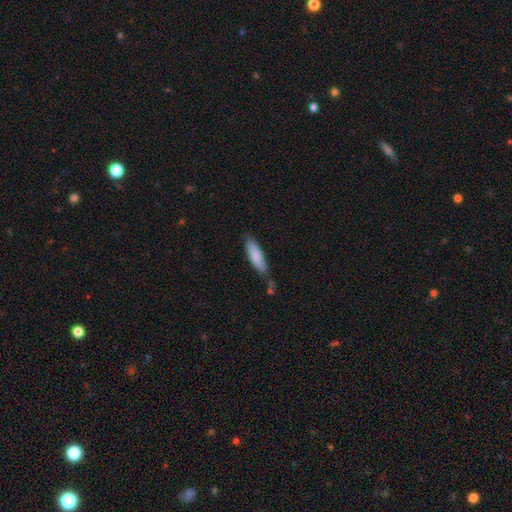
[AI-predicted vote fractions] Smooth or featured?
  - smooth: 83% *
  - featured or disk: 11%
  - star or artifact: 6%
How rounded?
  - cigar-shaped: 52% *
  - in between: 47%
  - round: 1%
Merging?
  - none: 71% *
  - minor disturbance: 20%
  - merger: 5%
  - major disturbance: 4%